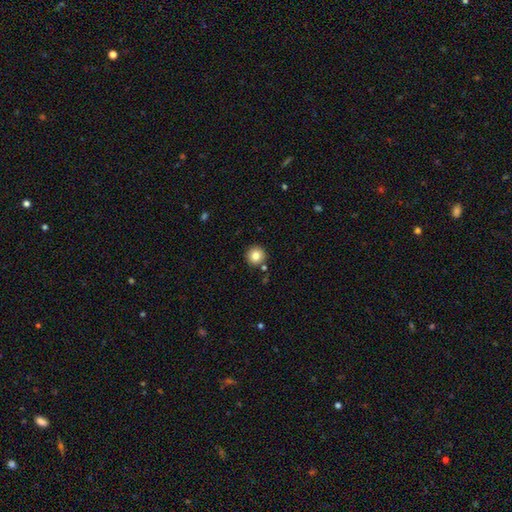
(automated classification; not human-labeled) This is clearly a smooth galaxy (83%). How rounded: clearly round (95%). Merging: clearly none (87%).